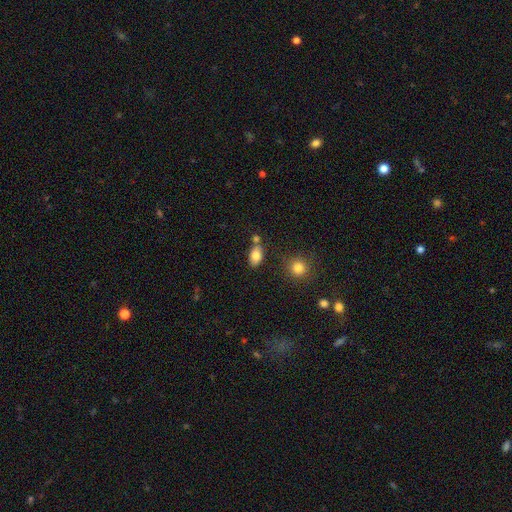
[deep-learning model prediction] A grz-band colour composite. It shows a smooth galaxy with no disk features (81%) that is in between round and cigar-shaped (87%). Merging: none (69%).